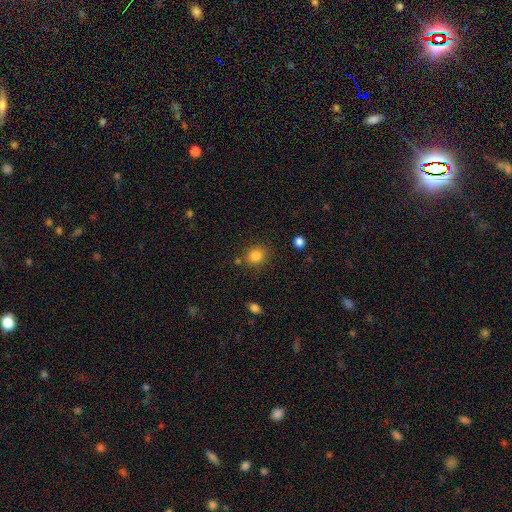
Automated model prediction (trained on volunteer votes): Smooth or featured? Predicted: smooth (p=0.83). How rounded? Predicted: round (p=0.68). Merging? Predicted: none (p=0.79).